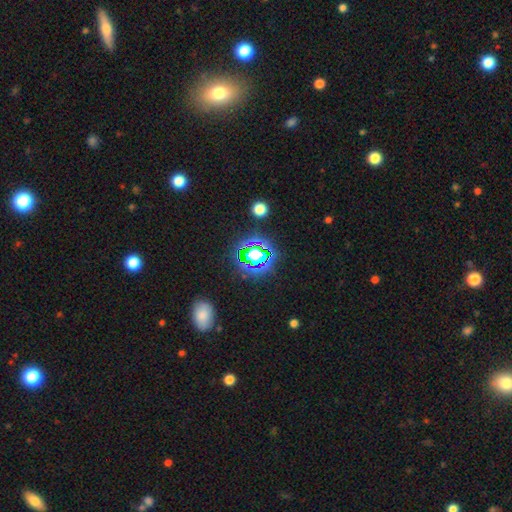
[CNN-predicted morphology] This is likely a star or artifact rather than a galaxy (63%).